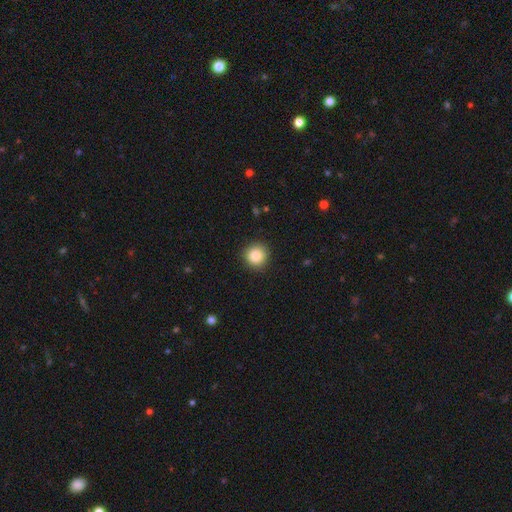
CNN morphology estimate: Smooth or featured? smooth (85%)
How rounded? round (93%)
Merging? none (90%)